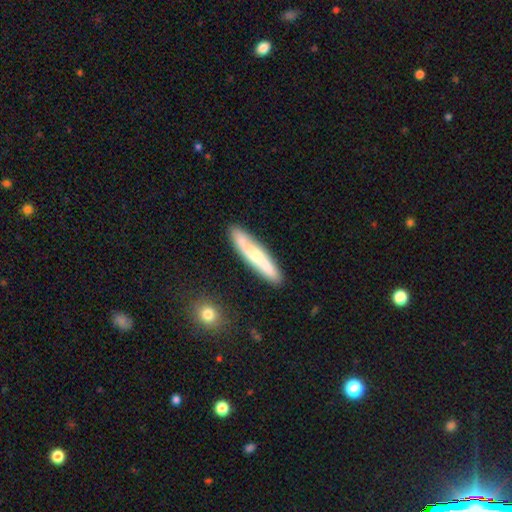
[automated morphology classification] smooth-or-featured: smooth: 49% | featured or disk: 45% | star or artifact: 6%
  merging: none: 83% | minor disturbance: 12% | merger: 3% | major disturbance: 2%